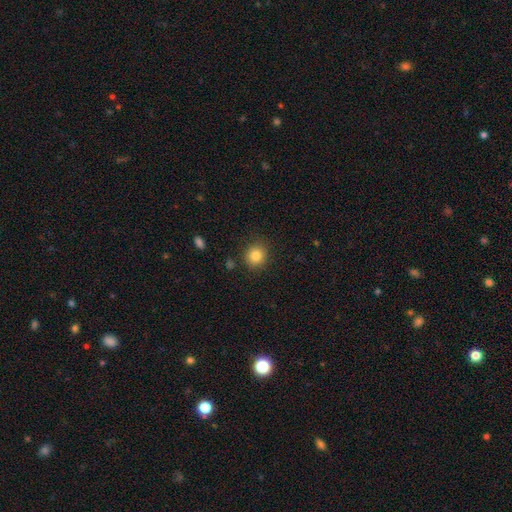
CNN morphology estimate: Overall: smooth (83%). How rounded: round (86%). Merging: none (87%).